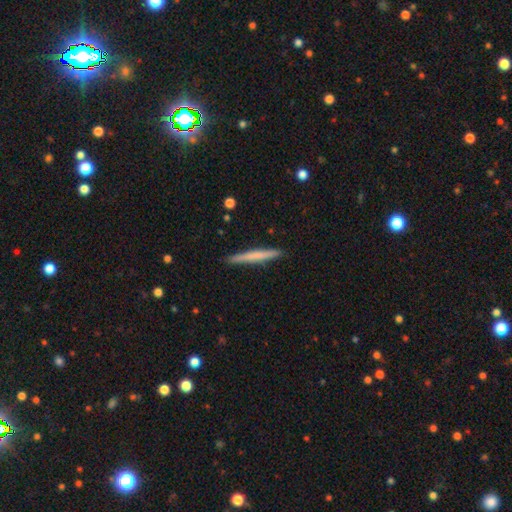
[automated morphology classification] Smooth or featured: smooth — 61% (featured or disk — 34%)
How rounded: cigar-shaped — 97% (in between — 2%)
Merging: none — 91% (minor disturbance — 6%)